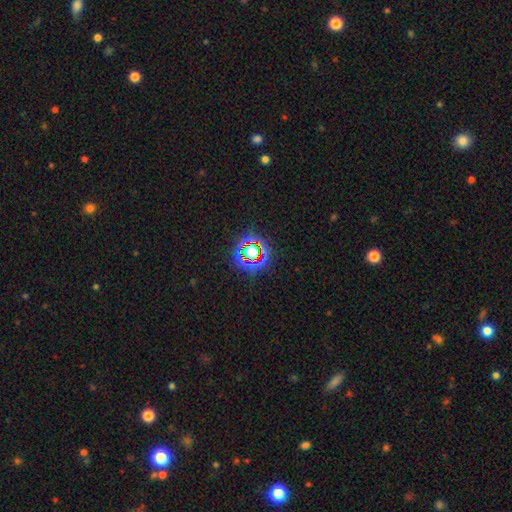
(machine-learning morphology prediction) smooth_or_featured: star or artifact (p=0.68) [alt: smooth p=0.21]